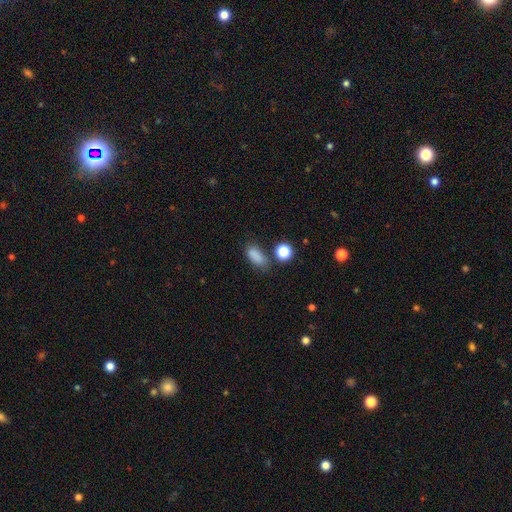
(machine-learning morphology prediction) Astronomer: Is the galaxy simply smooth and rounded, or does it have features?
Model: smooth — 83%.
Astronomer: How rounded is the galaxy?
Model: in between — 83%.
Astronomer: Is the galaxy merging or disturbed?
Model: none — 67%.